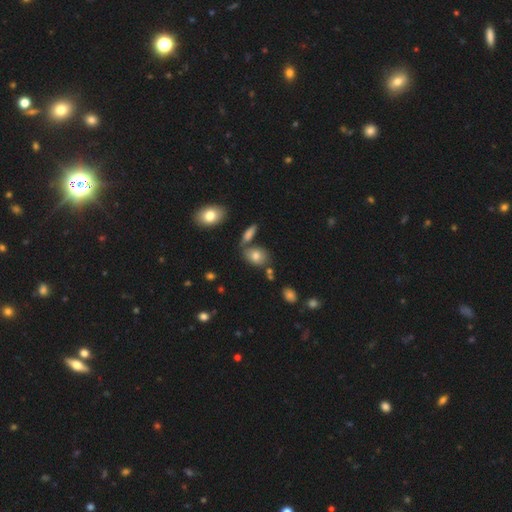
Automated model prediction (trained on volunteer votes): Smooth or featured? Predicted: smooth (p=0.77). How rounded? Predicted: in between (p=0.72). Merging? Predicted: none (p=0.64).